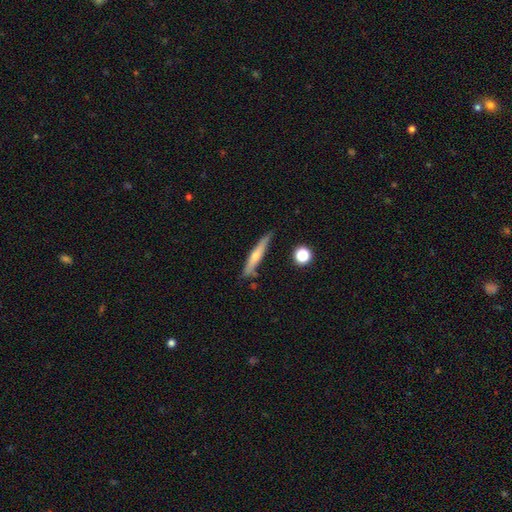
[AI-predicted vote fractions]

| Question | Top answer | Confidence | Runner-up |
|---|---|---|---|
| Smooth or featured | smooth | 50% | featured or disk (43%) |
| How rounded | cigar-shaped | 92% | in between (6%) |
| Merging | none | 80% | minor disturbance (14%) |